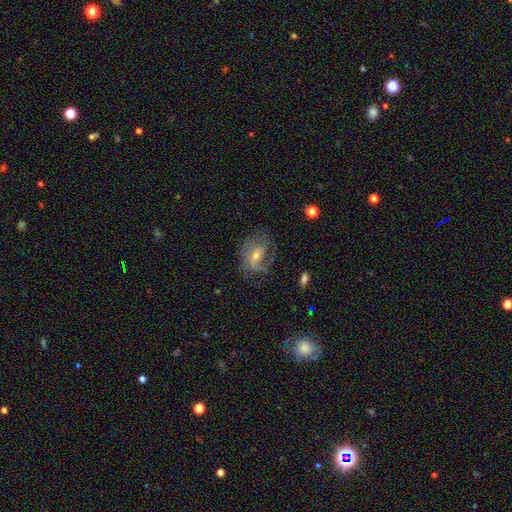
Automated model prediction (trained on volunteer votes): Smooth or featured? featured or disk (73%)
Edge-on disk? no (96%)
Bar? weak (44%)
Spiral arms? yes (85%)
Spiral winding? medium (43%)
Spiral arm count? 2 (37%)
Bulge size? small (54%)
Merging? none (55%)